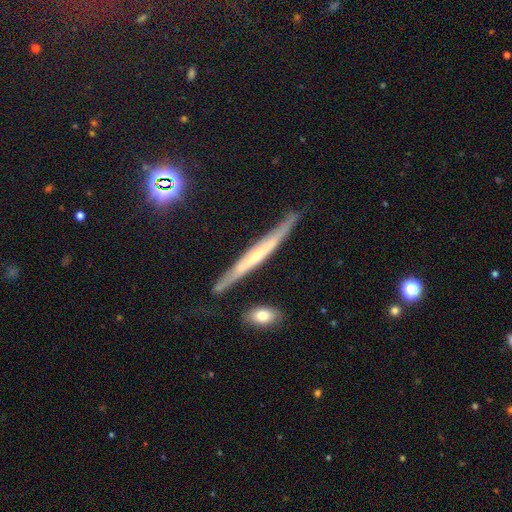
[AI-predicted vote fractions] smooth_or_featured: featured or disk (p=0.71) [alt: smooth p=0.22]
disk_edge_on: yes (p=0.92) [alt: no p=0.08]
edge_on_bulge: rounded (p=0.48) [alt: none p=0.43]
merging: none (p=0.80) [alt: minor disturbance p=0.14]